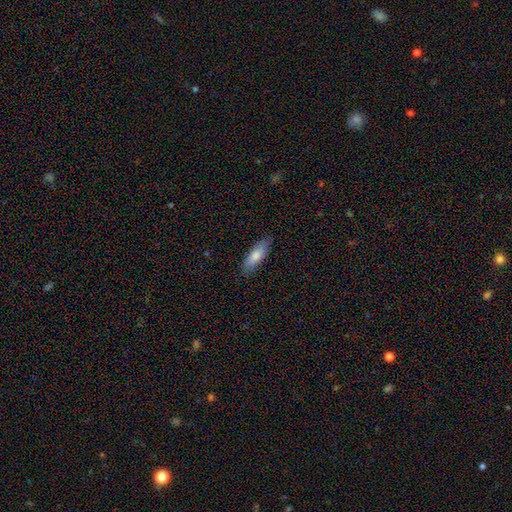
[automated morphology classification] A smooth galaxy with no disk features (78%) that is in between round and cigar-shaped (52%). Merging: none (85%).